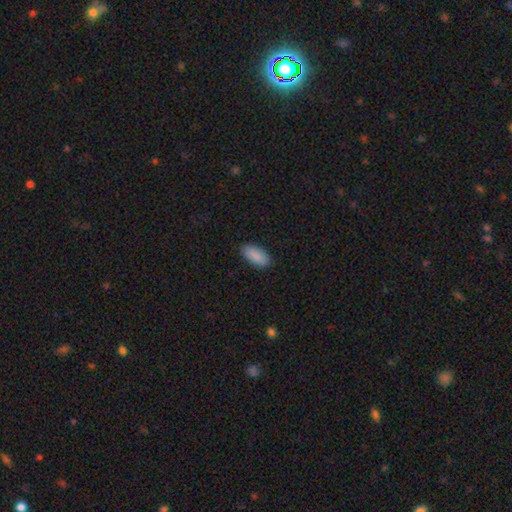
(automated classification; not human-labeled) A smooth galaxy with no disk features (89%) that is in between round and cigar-shaped (91%). Merging: none (88%).